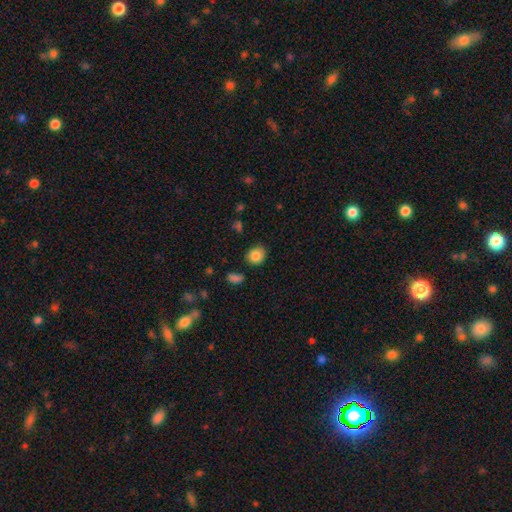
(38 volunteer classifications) Volunteers were most divided on "how rounded": round: 69%, in between: 31%, cigar-shaped: 0%. More confident: smooth or featured — smooth (92%); merging — none (81%).